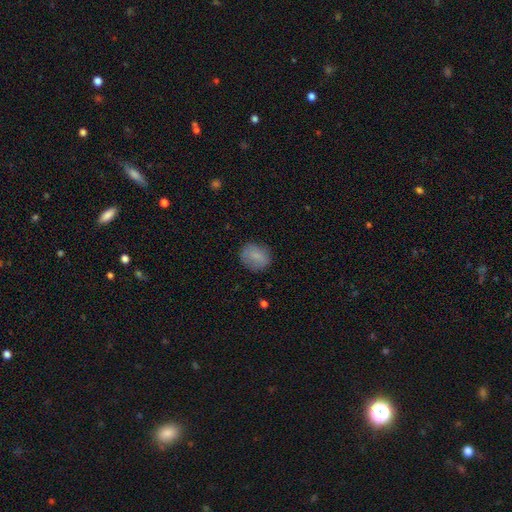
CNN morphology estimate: Smooth or featured: smooth — 81% (featured or disk — 11%)
How rounded: round — 65% (in between — 34%)
Merging: none — 81% (minor disturbance — 14%)